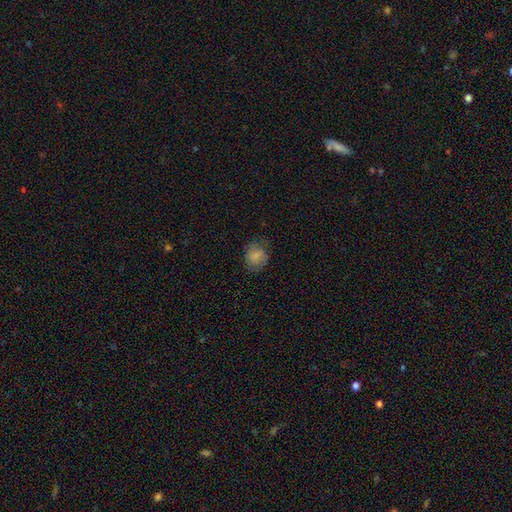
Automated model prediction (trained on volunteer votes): smooth-or-featured: smooth: 72% | featured or disk: 18% | star or artifact: 9%
  how-rounded: round: 55% | in between: 44% | cigar-shaped: 1%
  merging: none: 67% | minor disturbance: 23% | major disturbance: 9% | merger: 1%